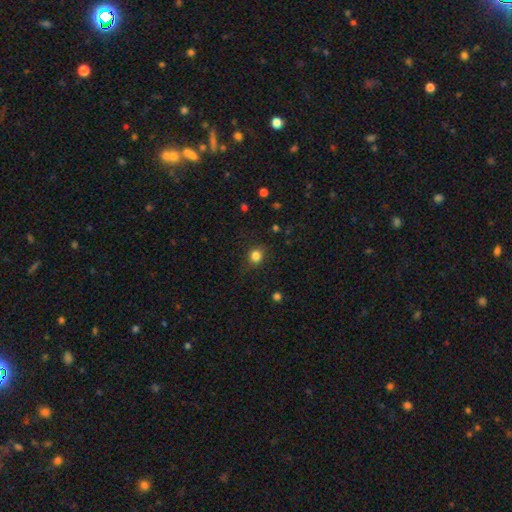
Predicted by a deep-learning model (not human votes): Smooth or featured?
  - smooth: 83% *
  - star or artifact: 12%
  - featured or disk: 5%
How rounded?
  - round: 83% *
  - in between: 16%
  - cigar-shaped: 1%
Merging?
  - none: 83% *
  - minor disturbance: 12%
  - major disturbance: 4%
  - merger: 1%